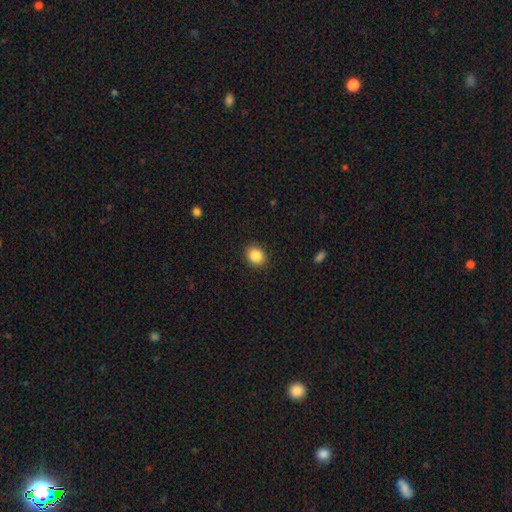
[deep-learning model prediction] Morphology: type=smooth (87%); roundness=round (64%); merging=none (91%).